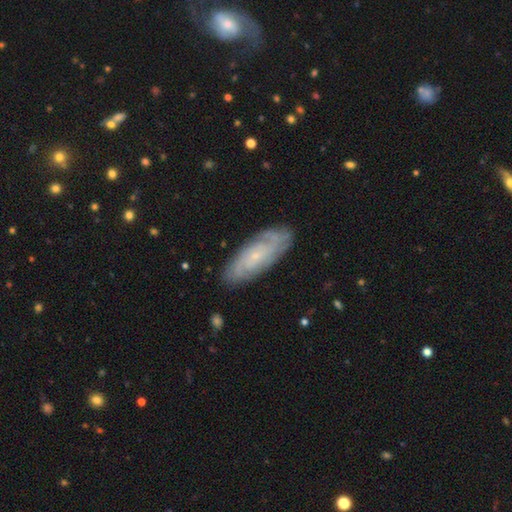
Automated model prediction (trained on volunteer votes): Smooth or featured?
  - featured or disk: 70% *
  - smooth: 22%
  - star or artifact: 7%
Edge-on disk?
  - no: 87% *
  - yes: 13%
Bar?
  - no: 74% *
  - weak: 22%
  - strong: 4%
Spiral arms?
  - yes: 90% *
  - no: 10%
Spiral winding?
  - tight: 66% *
  - medium: 26%
  - loose: 7%
Spiral arm count?
  - can't tell: 48% *
  - 2: 23%
  - 3: 11%
  - 4: 9%
  - more than 4: 5%
  - 1: 4%
Bulge size?
  - small: 81% *
  - moderate: 12%
  - none: 5%
  - large: 1%
  - dominant: 1%
Merging?
  - none: 83% *
  - minor disturbance: 13%
  - major disturbance: 3%
  - merger: 1%